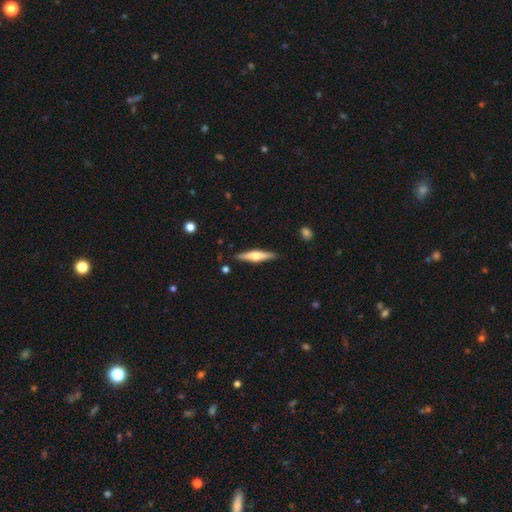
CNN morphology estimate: Smooth or featured? Predicted: featured or disk (p=0.61). Edge-on disk? Predicted: yes (p=0.96). Edge-on bulge? Predicted: rounded (p=0.91). Merging? Predicted: none (p=0.89).